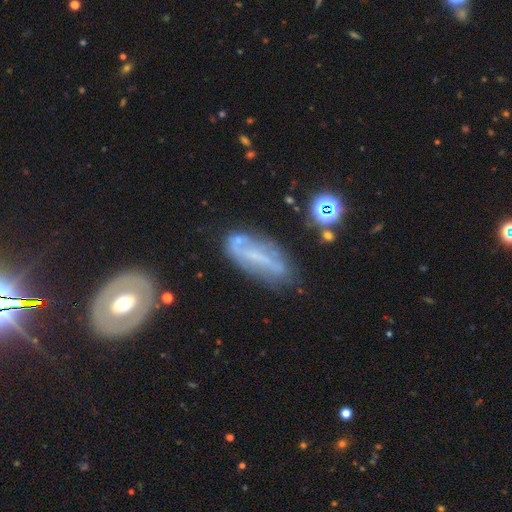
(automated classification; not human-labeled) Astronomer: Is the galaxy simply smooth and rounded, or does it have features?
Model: featured or disk — 59%.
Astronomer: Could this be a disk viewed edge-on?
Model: no — 78%.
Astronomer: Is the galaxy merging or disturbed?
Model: none — 58%.